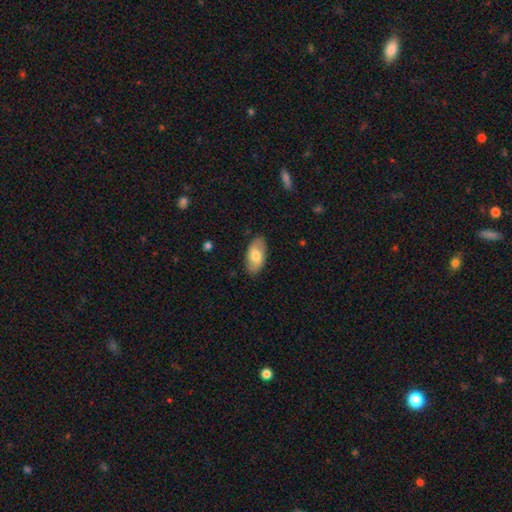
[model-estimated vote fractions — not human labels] This is likely a smooth galaxy (71%). How rounded: clearly in between (94%). Merging: clearly none (85%).